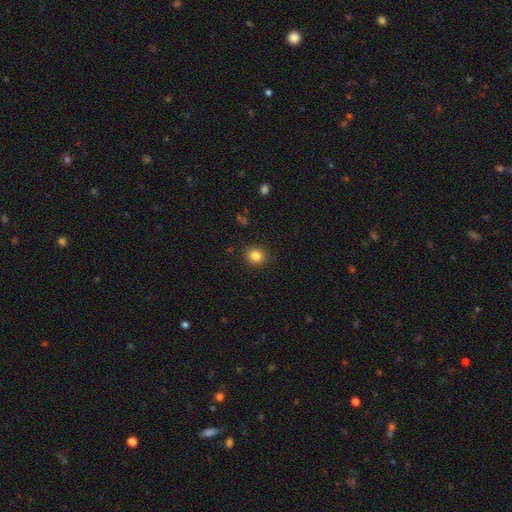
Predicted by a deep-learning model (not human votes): Smooth or featured: smooth — 84% (star or artifact — 11%)
How rounded: round — 73% (in between — 26%)
Merging: none — 89% (minor disturbance — 7%)